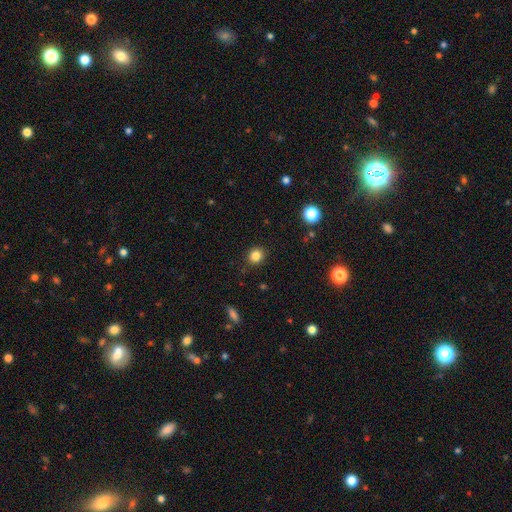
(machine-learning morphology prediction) A smooth galaxy with no disk features (84%) that is round (81%). Merging: none (89%).